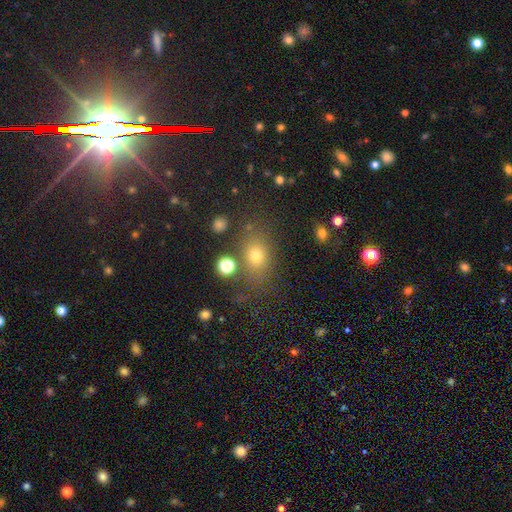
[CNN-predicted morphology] Smooth or featured? Predicted: smooth (p=0.71). How rounded? Predicted: in between (p=0.59). Merging? Predicted: none (p=0.73).